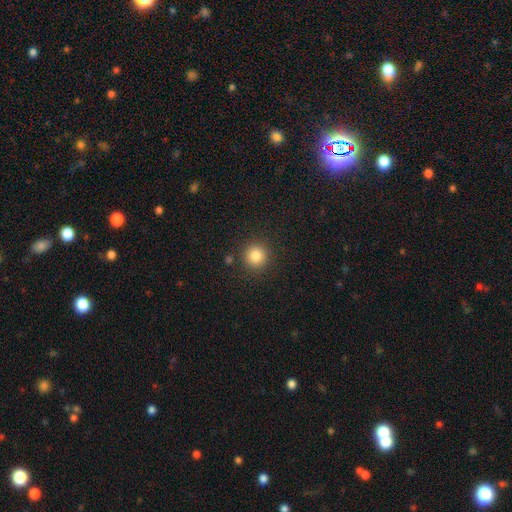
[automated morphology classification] Overall: smooth (84%). How rounded: round (93%). Merging: none (88%).